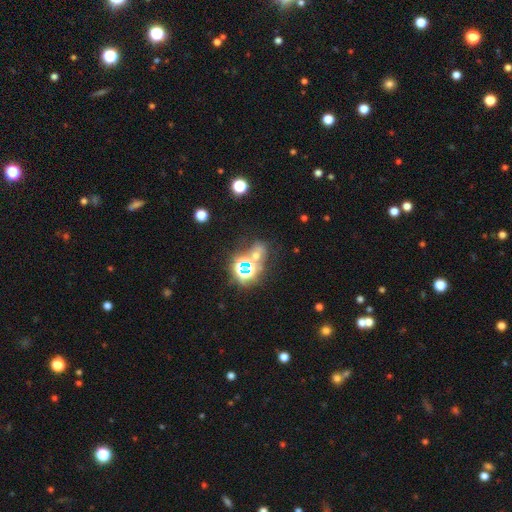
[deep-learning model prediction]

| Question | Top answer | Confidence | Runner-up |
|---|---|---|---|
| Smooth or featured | star or artifact | 60% | smooth (26%) |